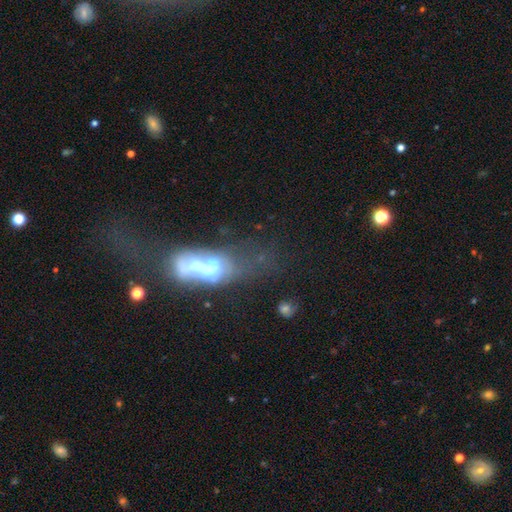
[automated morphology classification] A featured or disk galaxy (46%).

Vote fractions:
- Smooth or featured? featured or disk: 46% / smooth: 35% / star or artifact: 19%
- Merging? major disturbance: 36% / merger: 31% / none: 20% / minor disturbance: 13%